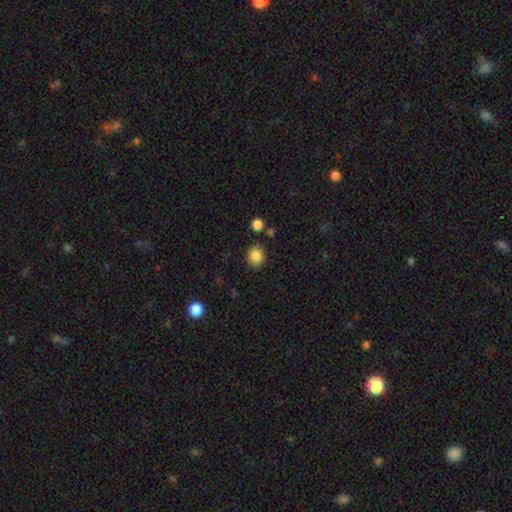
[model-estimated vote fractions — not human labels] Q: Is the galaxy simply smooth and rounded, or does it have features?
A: smooth — 86%.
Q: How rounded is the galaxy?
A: round — 82%.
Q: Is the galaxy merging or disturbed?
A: none — 85%.